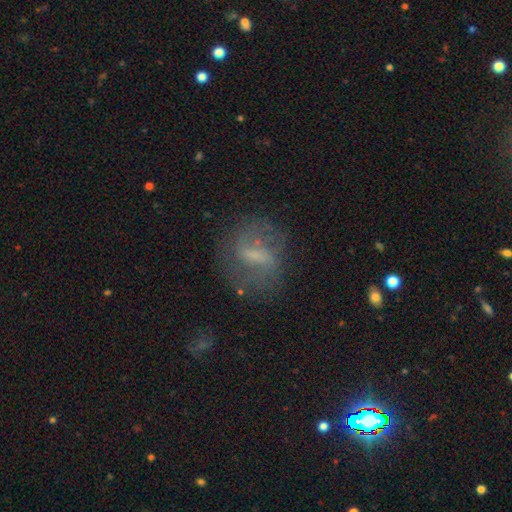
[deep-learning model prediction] Morphology: type=featured or disk (60%); edge-on=no (94%); bar=weak (47%); spiral arms=yes (70%); bulge=small (40%); merging=none (67%).